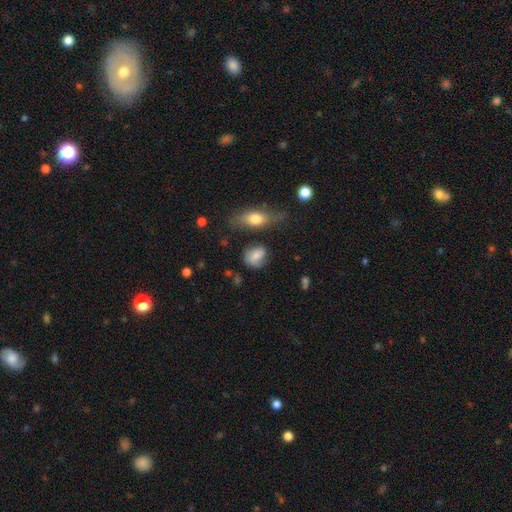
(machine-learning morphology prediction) type=smooth (70%); roundness=in between (50%); merging=none (56%).